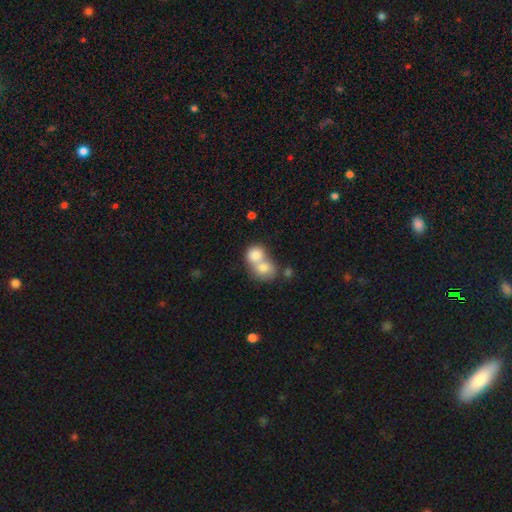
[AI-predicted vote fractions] A smooth galaxy with no disk features (77%) that is round (61%). Merging: merger (75%).